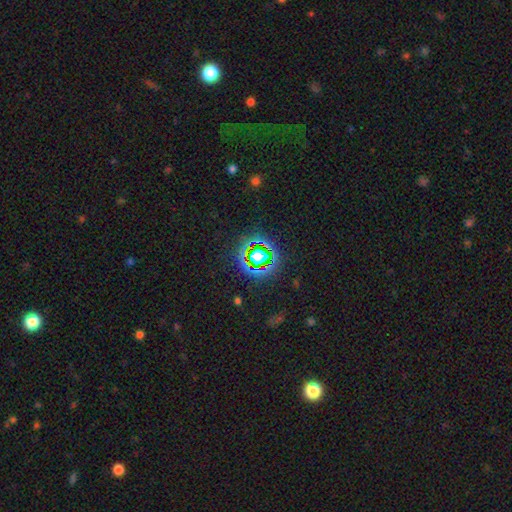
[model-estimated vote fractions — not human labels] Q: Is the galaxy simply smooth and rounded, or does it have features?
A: star or artifact — 69%.